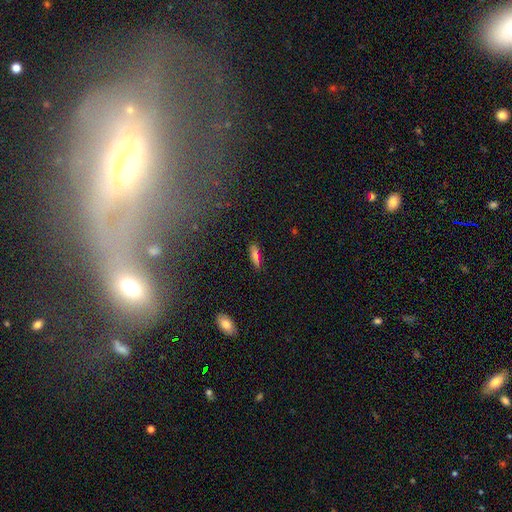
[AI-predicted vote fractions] A smooth galaxy with no disk features (68%) that is in between round and cigar-shaped (48%).

Vote fractions:
- Smooth or featured? smooth: 68% / featured or disk: 19% / star or artifact: 13%
- How rounded? in between: 48% / cigar-shaped: 47% / round: 4%
- Merging? none: 81% / minor disturbance: 13% / major disturbance: 3% / merger: 3%